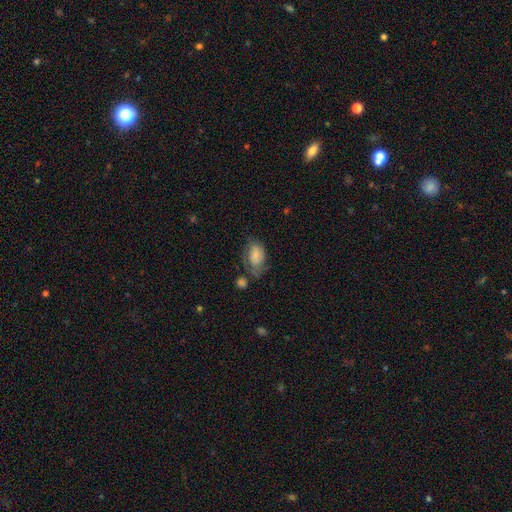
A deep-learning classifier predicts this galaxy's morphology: Overall: smooth (65%; featured or disk 27%). How rounded: in between (88%). Merging: none (43%; minor disturbance 30%).